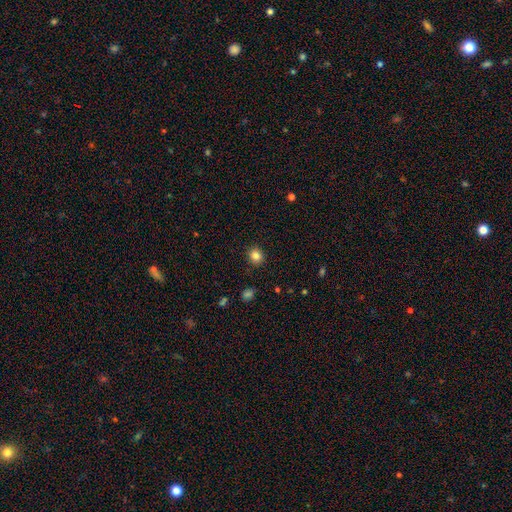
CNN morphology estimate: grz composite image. It shows a smooth galaxy with no disk features (84%) that is round (79%). Merging: none (90%).